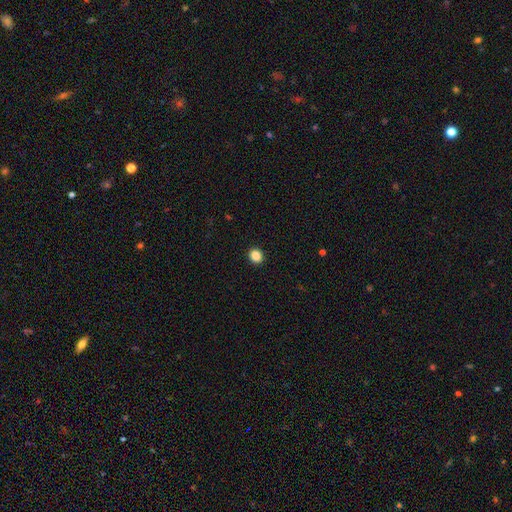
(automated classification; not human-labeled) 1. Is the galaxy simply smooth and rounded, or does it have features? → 87% smooth, 10% star or artifact, 3% featured or disk.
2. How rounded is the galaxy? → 77% round, 22% in between, 1% cigar-shaped.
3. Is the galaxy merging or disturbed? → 93% none, 5% minor disturbance, 2% major disturbance, 1% merger.